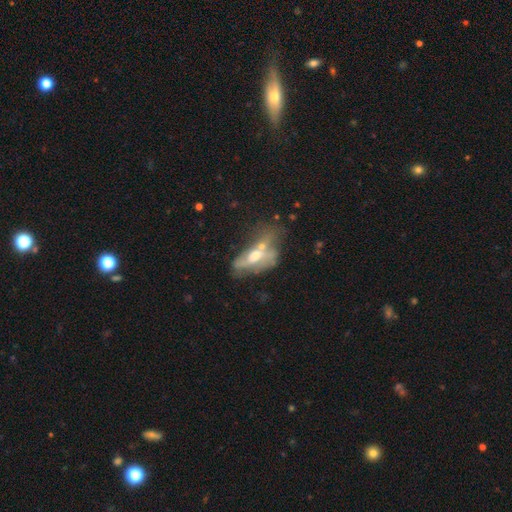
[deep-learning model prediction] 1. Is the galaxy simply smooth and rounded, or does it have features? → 58% featured or disk, 32% smooth, 10% star or artifact.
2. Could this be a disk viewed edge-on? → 81% no, 19% yes.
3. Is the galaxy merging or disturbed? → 35% merger, 28% major disturbance, 21% none, 16% minor disturbance.